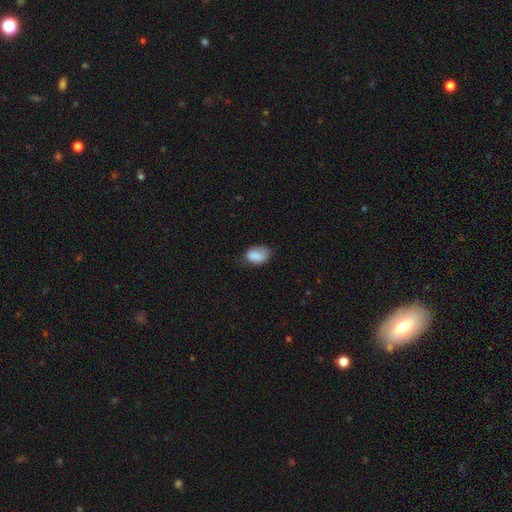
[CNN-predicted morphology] smooth 85%, star or artifact 8%, featured or disk 7%. Down the decision tree: how rounded — in between (85%); merging — none (56%).